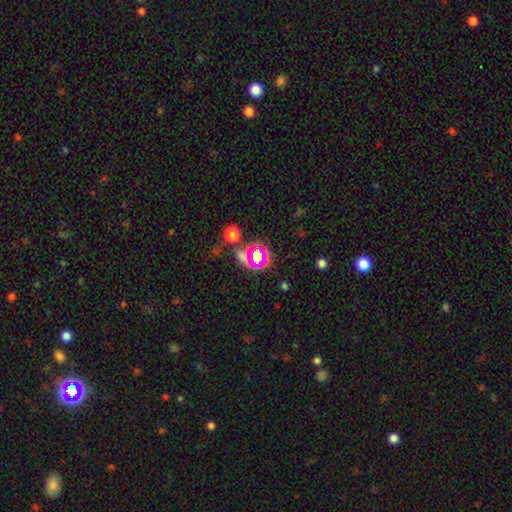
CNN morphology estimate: Smooth or featured? Predicted: star or artifact (p=0.54).